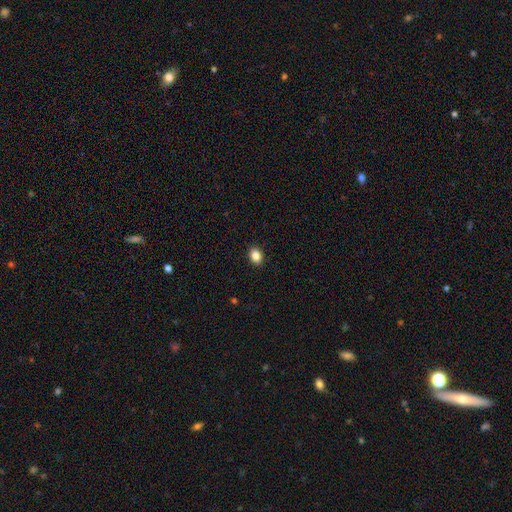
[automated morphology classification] smooth 86%, star or artifact 10%, featured or disk 4%. Down the decision tree: how rounded — in between (66%); merging — none (91%).